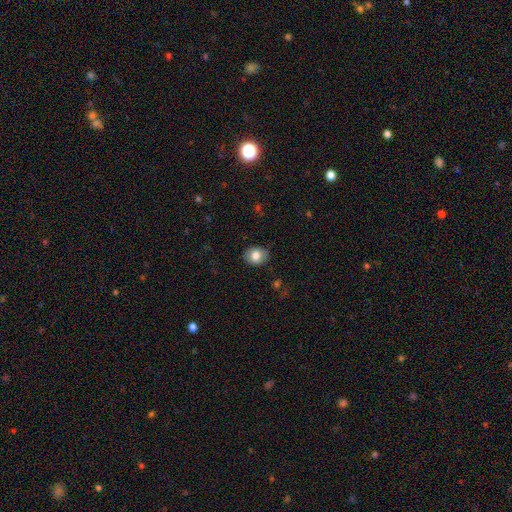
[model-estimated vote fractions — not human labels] Smooth or featured? Predicted: smooth (p=0.80). How rounded? Predicted: round (p=0.56). Merging? Predicted: none (p=0.84).